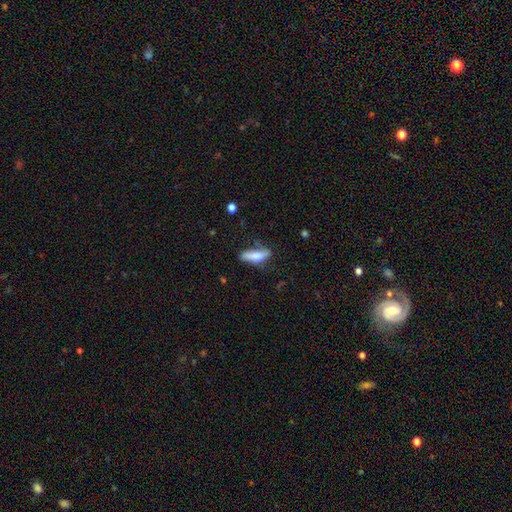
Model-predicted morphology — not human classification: type=smooth (74%); roundness=cigar-shaped (51%); merging=none (62%).